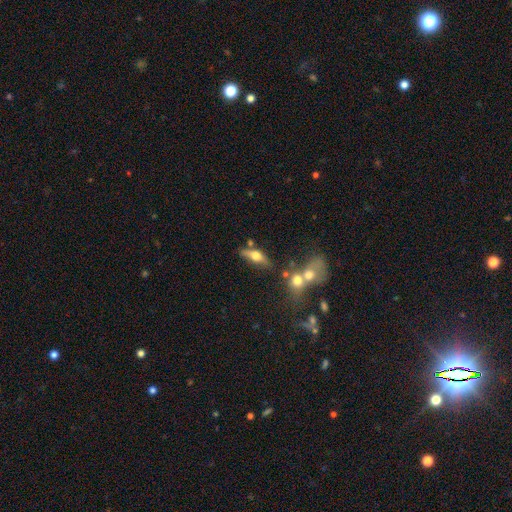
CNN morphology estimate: type=featured or disk (50%); merging=none (57%).